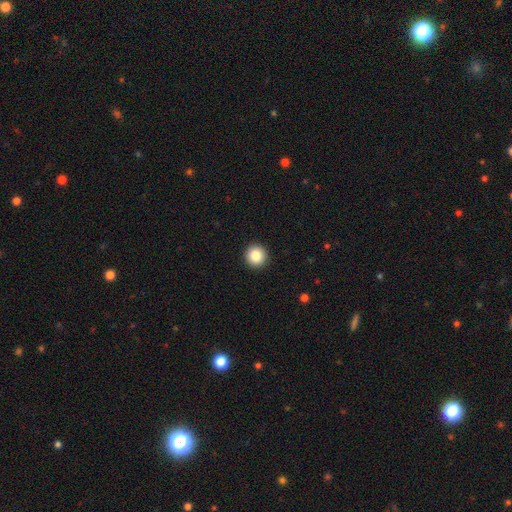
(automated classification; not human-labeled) Morphology: type=smooth (85%); roundness=round (95%); merging=none (93%).